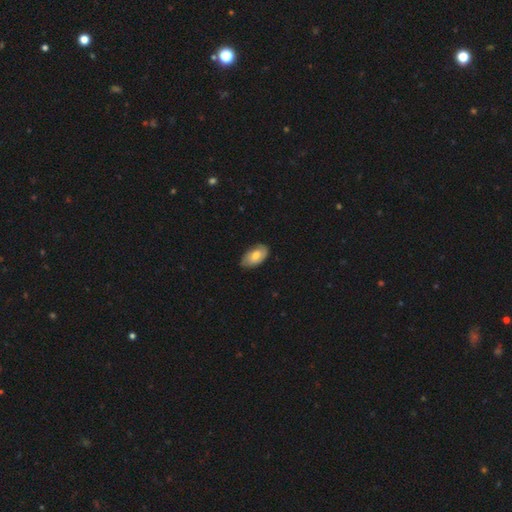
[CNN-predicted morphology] Smooth or featured?
  - smooth: 58% *
  - featured or disk: 36%
  - star or artifact: 6%
How rounded?
  - in between: 94% *
  - round: 4%
  - cigar-shaped: 2%
Merging?
  - none: 79% *
  - minor disturbance: 17%
  - major disturbance: 3%
  - merger: 1%